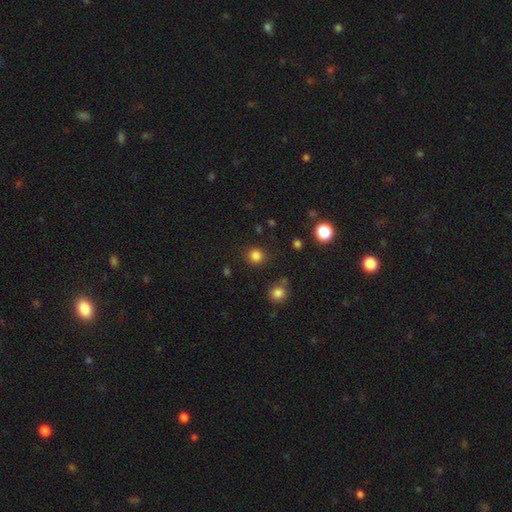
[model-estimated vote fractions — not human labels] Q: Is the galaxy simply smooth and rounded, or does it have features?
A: smooth — 83%.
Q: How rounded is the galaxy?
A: round — 90%.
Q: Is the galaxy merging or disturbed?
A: none — 87%.